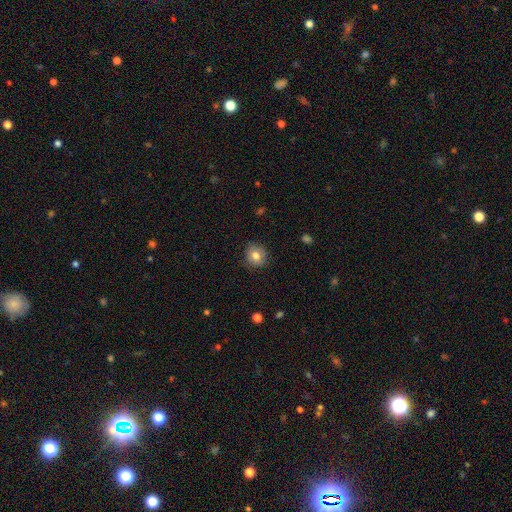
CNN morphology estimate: smooth 77%, featured or disk 14%, star or artifact 10%. Down the decision tree: how rounded — round (81%); merging — none (82%).